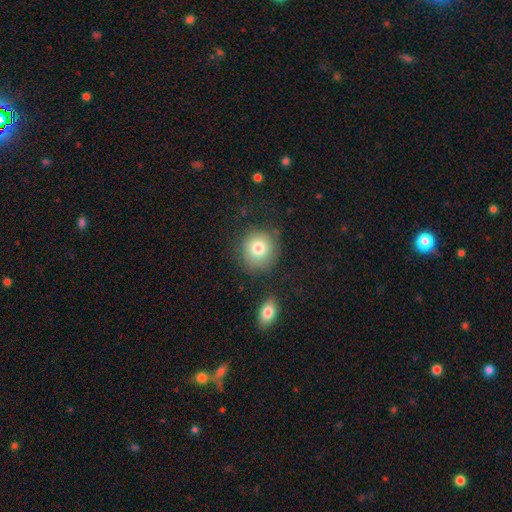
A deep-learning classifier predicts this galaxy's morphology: Smooth or featured?
  - smooth: 66% *
  - star or artifact: 25%
  - featured or disk: 9%
How rounded?
  - round: 88% *
  - in between: 11%
  - cigar-shaped: 1%
Merging?
  - none: 84% *
  - minor disturbance: 9%
  - merger: 4%
  - major disturbance: 4%